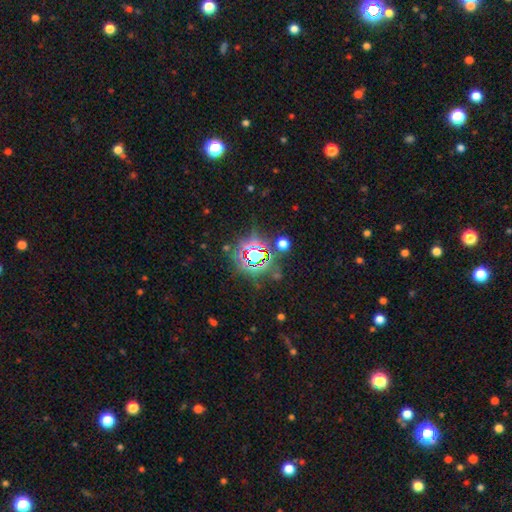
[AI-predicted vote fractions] Smooth or featured?
  - star or artifact: 75% *
  - smooth: 15%
  - featured or disk: 9%